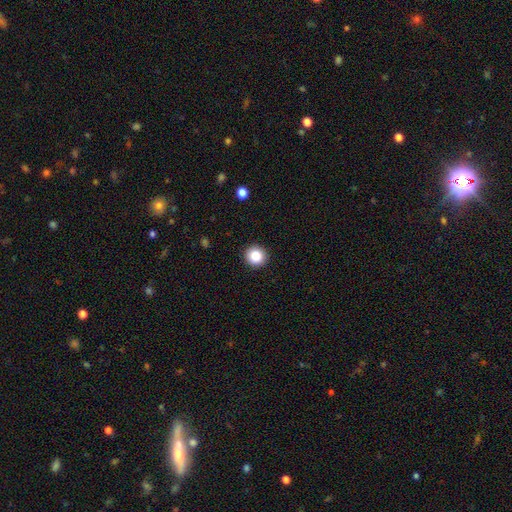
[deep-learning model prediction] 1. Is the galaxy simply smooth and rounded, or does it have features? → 85% smooth, 10% star or artifact, 5% featured or disk.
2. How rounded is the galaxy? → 93% round, 6% in between, 1% cigar-shaped.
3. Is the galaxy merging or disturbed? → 93% none, 5% minor disturbance, 2% major disturbance, 1% merger.